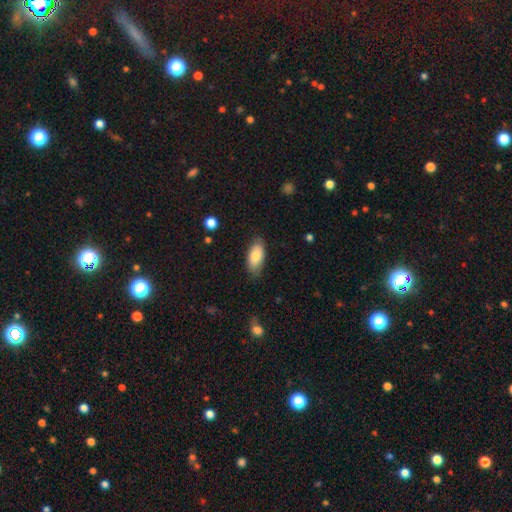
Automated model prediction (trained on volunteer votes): This appears to be a smooth galaxy with no disk features (83%) that is in between round and cigar-shaped (89%). Merging: none (78%).